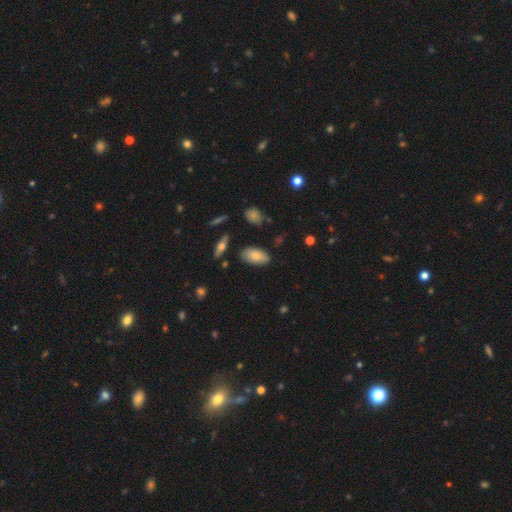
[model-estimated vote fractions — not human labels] Q: Smooth or featured?
A: smooth (77%); runner-up: featured or disk (15%)
Q: How rounded?
A: in between (93%); runner-up: cigar-shaped (4%)
Q: Merging?
A: none (78%); runner-up: minor disturbance (16%)